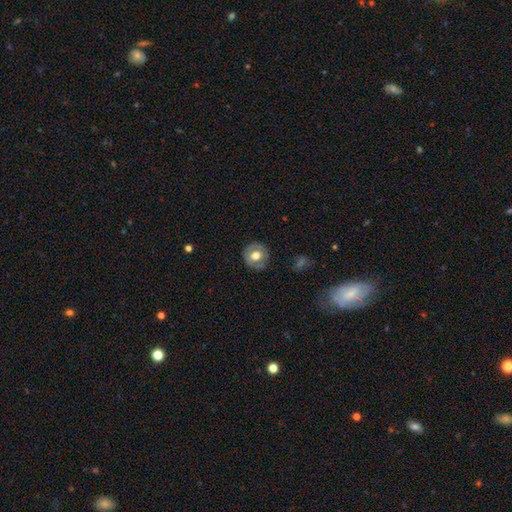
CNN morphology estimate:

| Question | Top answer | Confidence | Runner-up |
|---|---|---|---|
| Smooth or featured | smooth | 55% | featured or disk (38%) |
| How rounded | round | 89% | in between (10%) |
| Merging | none | 81% | minor disturbance (14%) |